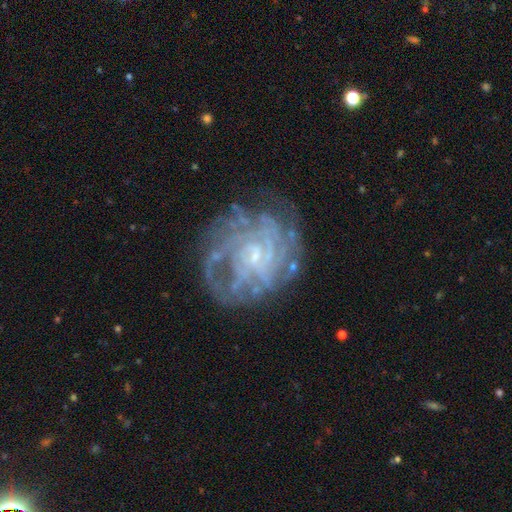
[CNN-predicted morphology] smooth_or_featured: featured or disk (p=0.83) [alt: star or artifact p=0.09]
disk_edge_on: no (p=0.98) [alt: yes p=0.02]
bar: no (p=0.58) [alt: weak p=0.35]
has_spiral_arms: yes (p=0.90) [alt: no p=0.10]
spiral_winding: tight (p=0.65) [alt: medium p=0.27]
spiral_arm_count: can't tell (p=0.42) [alt: 4 p=0.17]
bulge_size: small (p=0.73) [alt: moderate p=0.15]
merging: none (p=0.69) [alt: minor disturbance p=0.17]